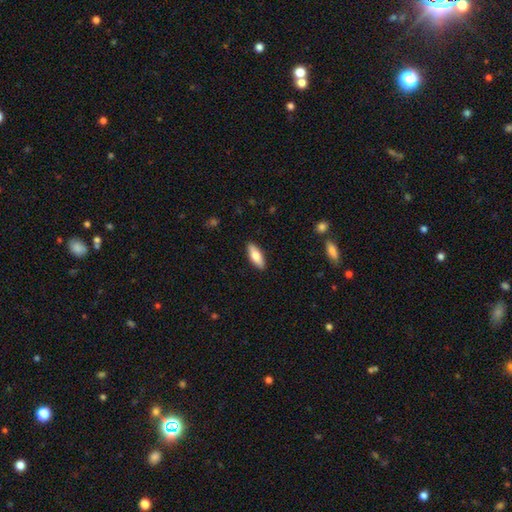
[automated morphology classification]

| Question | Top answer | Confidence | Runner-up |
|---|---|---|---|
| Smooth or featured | smooth | 73% | featured or disk (22%) |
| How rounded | in between | 66% | cigar-shaped (32%) |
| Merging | none | 90% | minor disturbance (8%) |